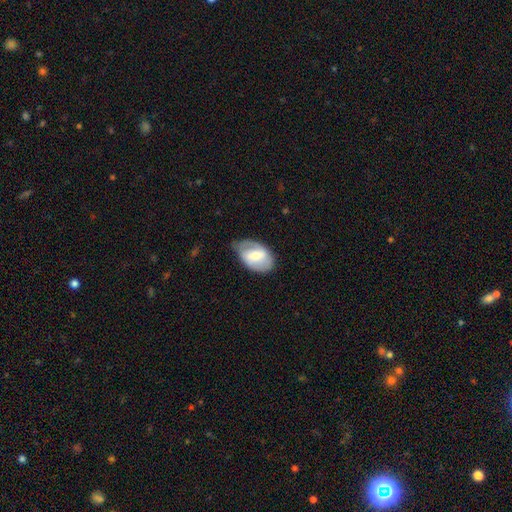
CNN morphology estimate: Smooth or featured? featured or disk (53%)
Edge-on disk? no (95%)
Bar? weak (45%)
Spiral arms? yes (65%)
Bulge size? moderate (56%)
Merging? none (54%)